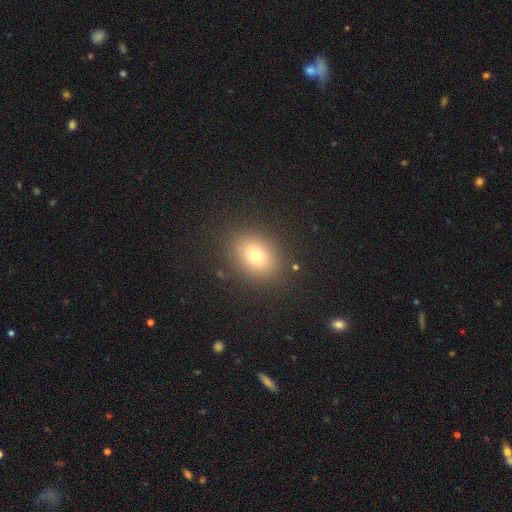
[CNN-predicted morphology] The model was most divided on "how rounded": in between: 52%, round: 47%, cigar-shaped: 1%. More confident: merging — none (86%); smooth or featured — smooth (73%).